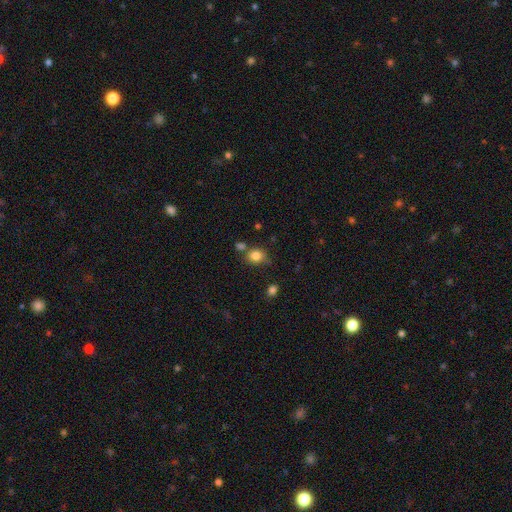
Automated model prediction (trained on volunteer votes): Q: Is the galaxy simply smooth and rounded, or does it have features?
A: smooth — 82%.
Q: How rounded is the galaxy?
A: round — 69%.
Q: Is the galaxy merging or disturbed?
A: none — 59%.